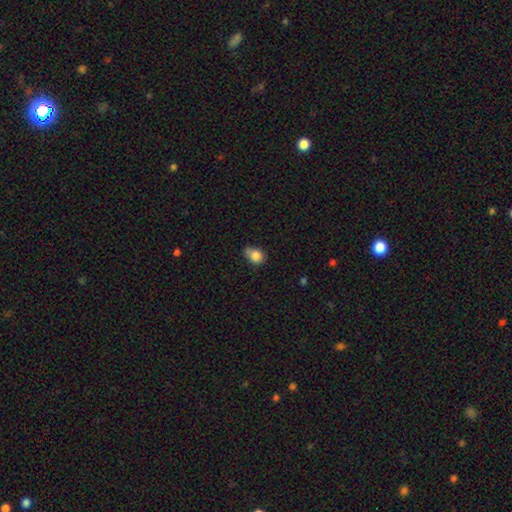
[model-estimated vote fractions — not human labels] This appears to be a smooth galaxy with no disk features (82%) that is round (56%). Merging: none (45%).